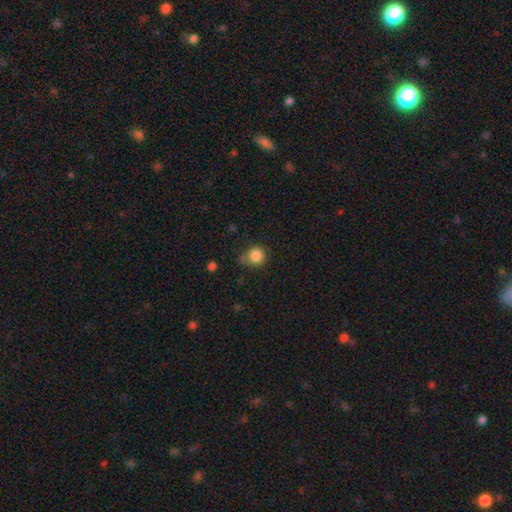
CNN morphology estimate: Smooth or featured?
  - smooth: 85% *
  - star or artifact: 10%
  - featured or disk: 5%
How rounded?
  - round: 89% *
  - in between: 10%
  - cigar-shaped: 1%
Merging?
  - none: 63% *
  - minor disturbance: 25%
  - major disturbance: 7%
  - merger: 6%